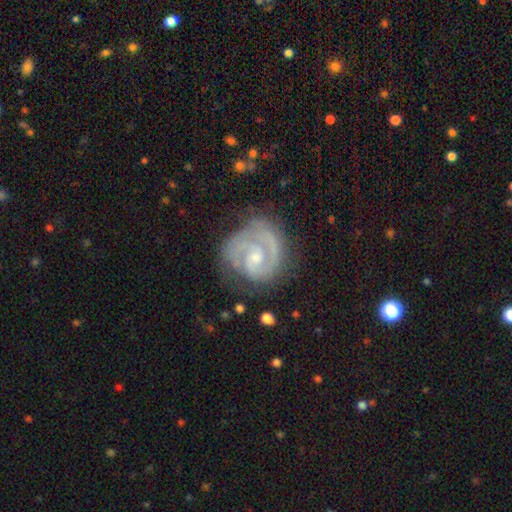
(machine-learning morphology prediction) Smooth or featured?
  - featured or disk: 87% *
  - smooth: 8%
  - star or artifact: 5%
Edge-on disk?
  - no: 98% *
  - yes: 2%
Bar?
  - no: 54% *
  - weak: 39%
  - strong: 7%
Spiral arms?
  - yes: 97% *
  - no: 3%
Spiral winding?
  - tight: 59% *
  - medium: 34%
  - loose: 7%
Spiral arm count?
  - 2: 63% *
  - 1: 12%
  - 3: 11%
  - can't tell: 10%
  - 4: 2%
  - more than 4: 2%
Bulge size?
  - small: 50% *
  - moderate: 42%
  - none: 5%
  - large: 2%
  - dominant: 1%
Merging?
  - none: 67% *
  - minor disturbance: 20%
  - major disturbance: 11%
  - merger: 2%